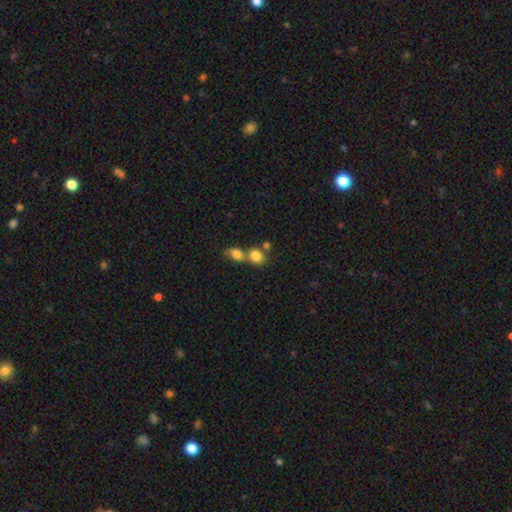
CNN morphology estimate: This appears to be a smooth galaxy with no disk features (81%) that is round (65%). Merging: merger (58%).